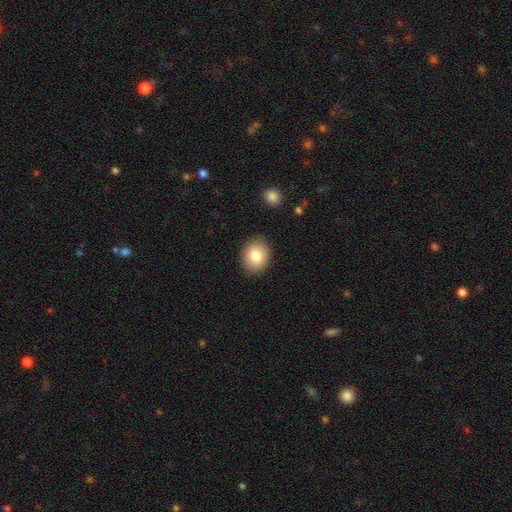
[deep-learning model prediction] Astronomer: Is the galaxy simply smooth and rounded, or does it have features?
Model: smooth — 82%.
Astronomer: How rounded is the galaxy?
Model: round — 57% (runner-up: in between, 42%).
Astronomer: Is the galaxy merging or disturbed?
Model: none — 89%.